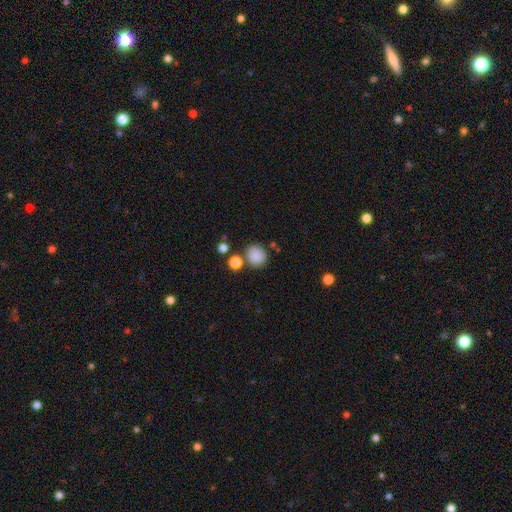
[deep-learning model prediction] Smooth or featured? Predicted: smooth (p=0.85). How rounded? Predicted: round (p=0.83). Merging? Predicted: none (p=0.76).